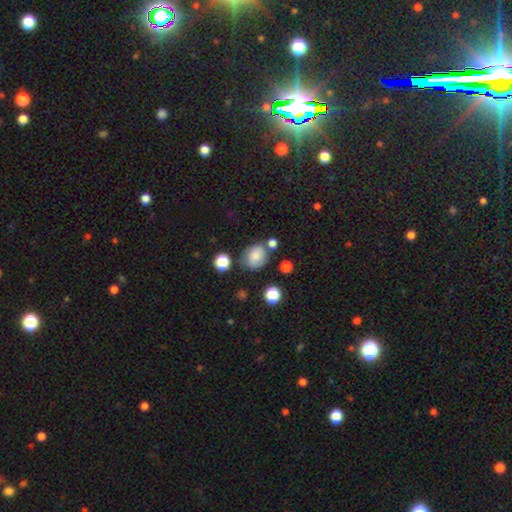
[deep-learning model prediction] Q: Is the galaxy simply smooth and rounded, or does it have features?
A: smooth — 79%.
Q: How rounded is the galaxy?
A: round — 56%.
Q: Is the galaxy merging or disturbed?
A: none — 65%.